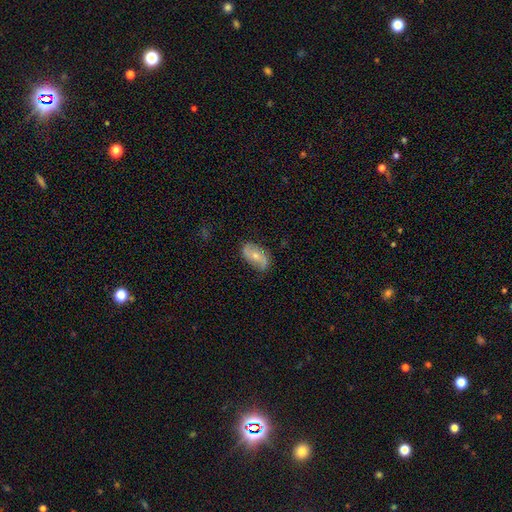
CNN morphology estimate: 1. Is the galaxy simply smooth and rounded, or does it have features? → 58% featured or disk, 35% smooth, 7% star or artifact.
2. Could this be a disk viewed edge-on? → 94% no, 6% yes.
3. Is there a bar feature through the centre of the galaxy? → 62% no, 27% weak, 10% strong.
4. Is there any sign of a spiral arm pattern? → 81% yes, 19% no.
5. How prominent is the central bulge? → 53% moderate, 43% small, 2% large, 2% none, 1% dominant.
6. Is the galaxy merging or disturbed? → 72% none, 21% minor disturbance, 5% major disturbance, 1% merger.